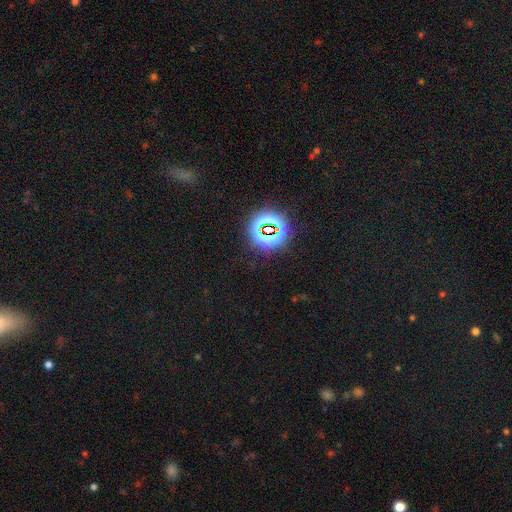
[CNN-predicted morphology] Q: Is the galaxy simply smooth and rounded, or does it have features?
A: star or artifact — 77%.